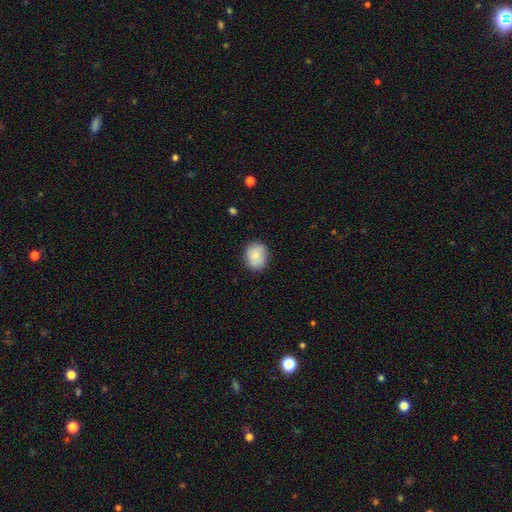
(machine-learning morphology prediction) The model was most divided on "how rounded": round: 64%, in between: 35%, cigar-shaped: 1%. More confident: merging — none (80%); smooth or featured — smooth (73%).